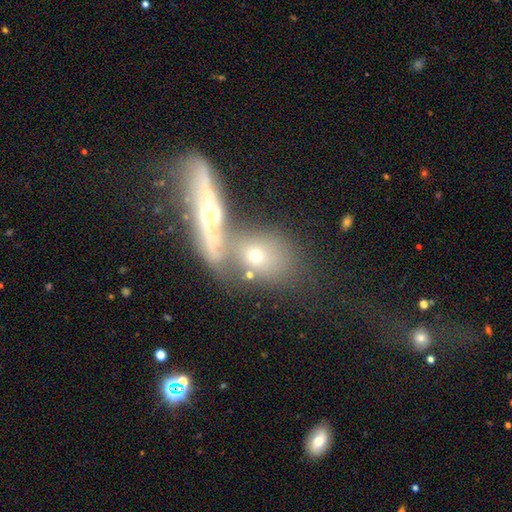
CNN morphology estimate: A smooth galaxy with no disk features (52%) that is in between round and cigar-shaped (54%).

Vote fractions:
- Smooth or featured? smooth: 52% / featured or disk: 35% / star or artifact: 13%
- How rounded? in between: 54% / round: 38% / cigar-shaped: 8%
- Merging? merger: 53% / none: 30% / minor disturbance: 9% / major disturbance: 8%